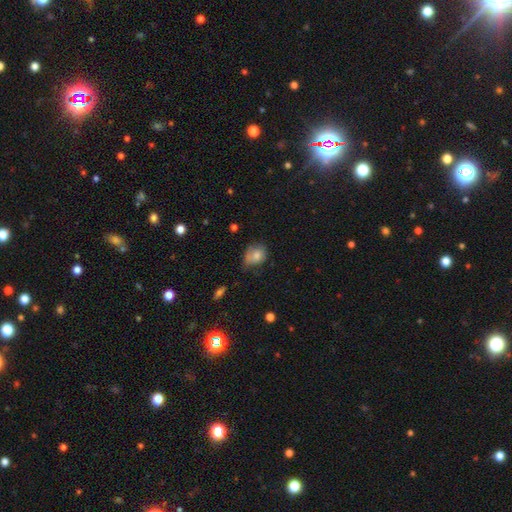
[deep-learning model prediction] The model was most divided on "merging": none: 43%, minor disturbance: 39%, major disturbance: 14%, merger: 3%. More confident: smooth or featured — smooth (77%); how rounded — round (52%).